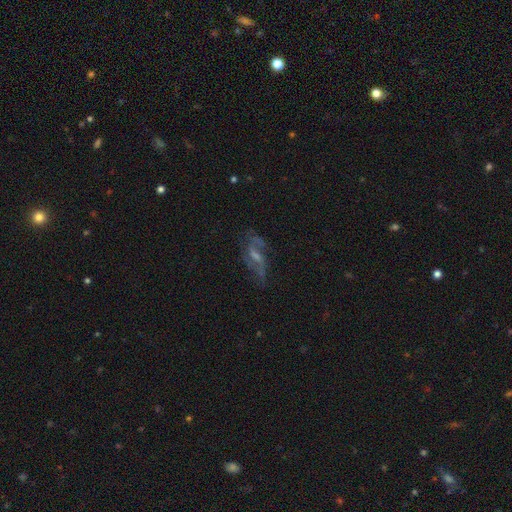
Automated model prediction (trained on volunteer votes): Smooth or featured? Predicted: featured or disk (p=0.74). Edge-on disk? Predicted: no (p=0.91). Bar? Predicted: weak (p=0.49). Spiral arms? Predicted: yes (p=0.87). Spiral winding? Predicted: loose (p=0.47). Spiral arm count? Predicted: 2 (p=0.78). Bulge size? Predicted: small (p=0.38). Merging? Predicted: none (p=0.60).